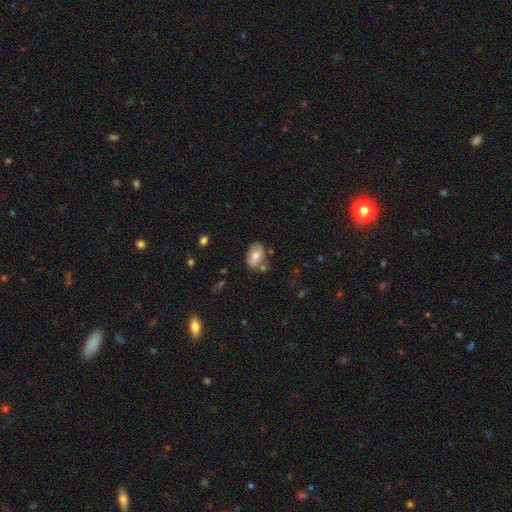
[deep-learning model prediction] Morphology: type=smooth (60%); roundness=in between (82%); merging=none (65%).